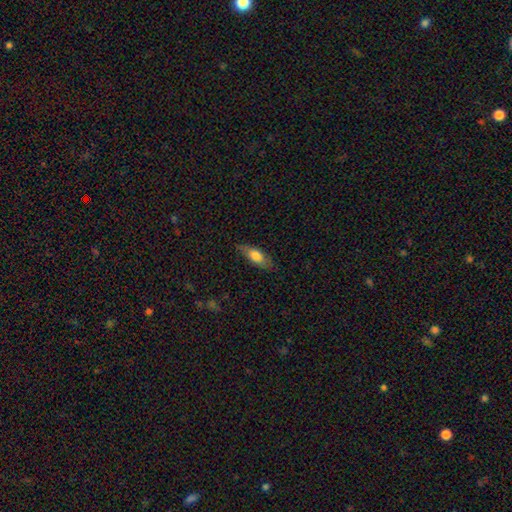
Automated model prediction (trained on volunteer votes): This appears to be a smooth galaxy with no disk features (71%) that is in between round and cigar-shaped (68%). Merging: none (79%).